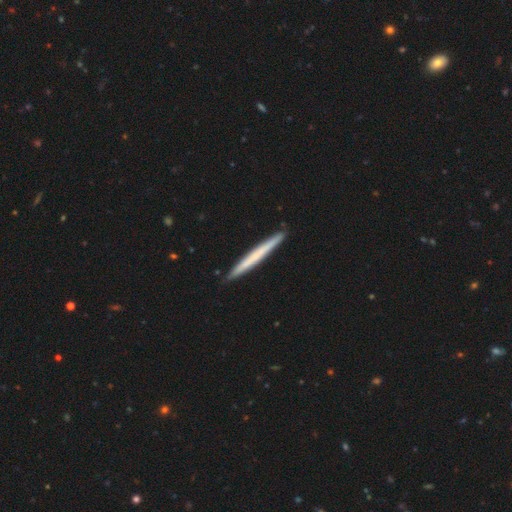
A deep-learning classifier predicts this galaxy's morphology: Smooth or featured? smooth (52%)
How rounded? cigar-shaped (97%)
Merging? none (91%)